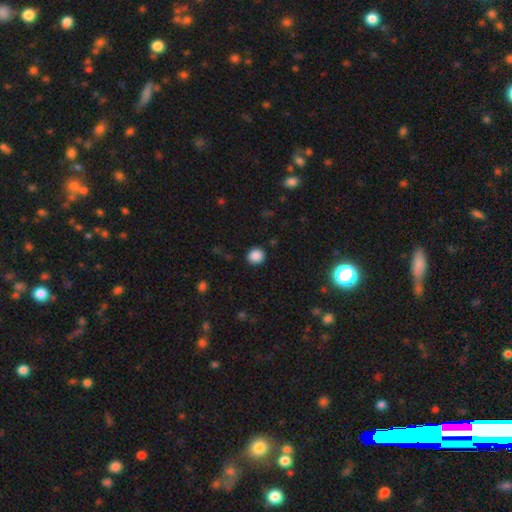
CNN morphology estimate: type=smooth (88%); roundness=round (87%); merging=none (91%).